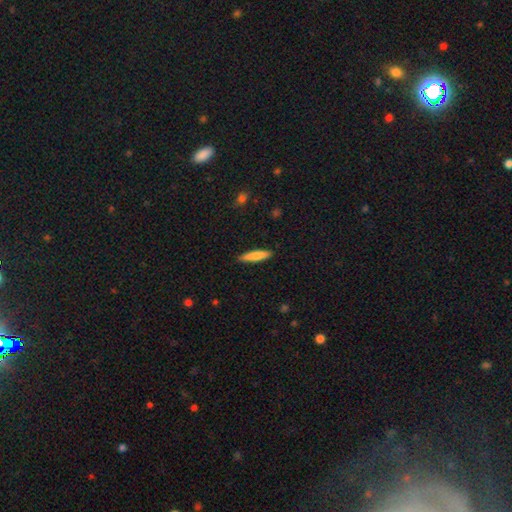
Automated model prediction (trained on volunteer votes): smooth_or_featured: smooth (p=0.80) [alt: featured or disk p=0.15]
how_rounded: cigar-shaped (p=0.87) [alt: in between p=0.12]
merging: none (p=0.89) [alt: minor disturbance p=0.08]